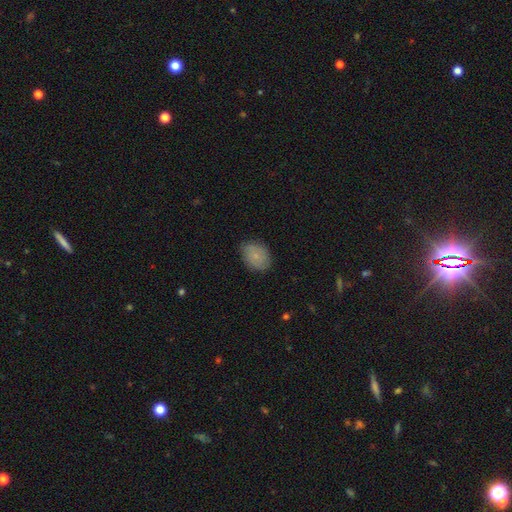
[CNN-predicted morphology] Smooth or featured?
  - smooth: 71% *
  - featured or disk: 21%
  - star or artifact: 8%
How rounded?
  - in between: 72% *
  - round: 27%
  - cigar-shaped: 1%
Merging?
  - none: 78% *
  - minor disturbance: 17%
  - major disturbance: 3%
  - merger: 1%